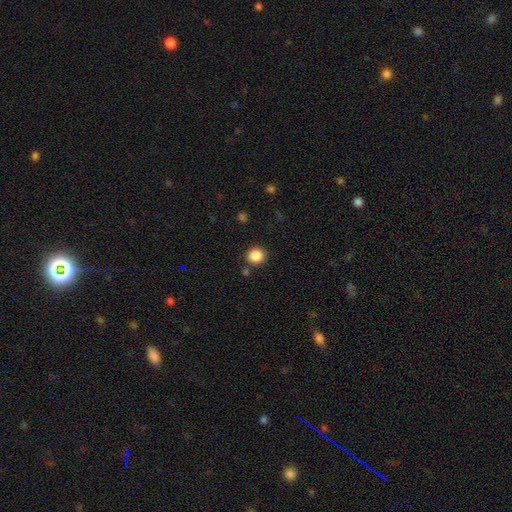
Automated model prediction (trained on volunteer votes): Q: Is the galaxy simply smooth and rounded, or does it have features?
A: smooth — 87%.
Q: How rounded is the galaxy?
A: round — 88%.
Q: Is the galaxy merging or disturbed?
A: none — 86%.